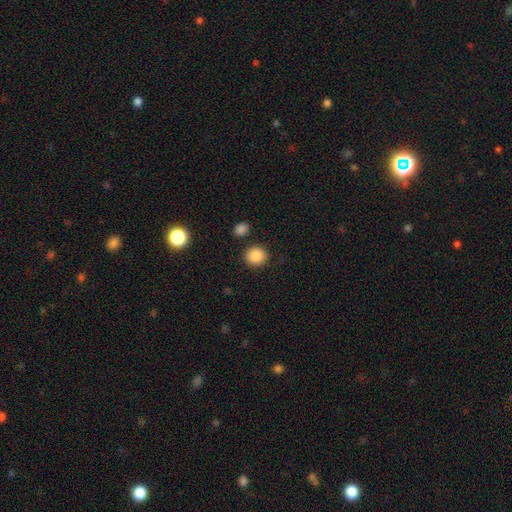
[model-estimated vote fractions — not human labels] The model was most divided on "how rounded": round: 86%, in between: 13%, cigar-shaped: 1%. More confident: smooth or featured — smooth (87%); merging — none (86%).